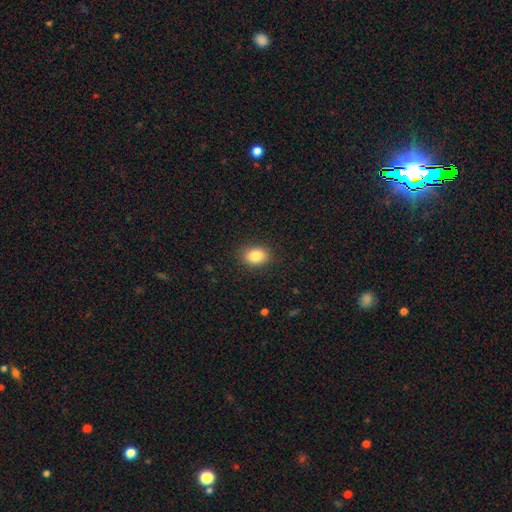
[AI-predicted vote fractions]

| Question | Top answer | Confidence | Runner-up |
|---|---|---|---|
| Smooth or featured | smooth | 85% | star or artifact (9%) |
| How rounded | in between | 68% | round (31%) |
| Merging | none | 88% | minor disturbance (9%) |